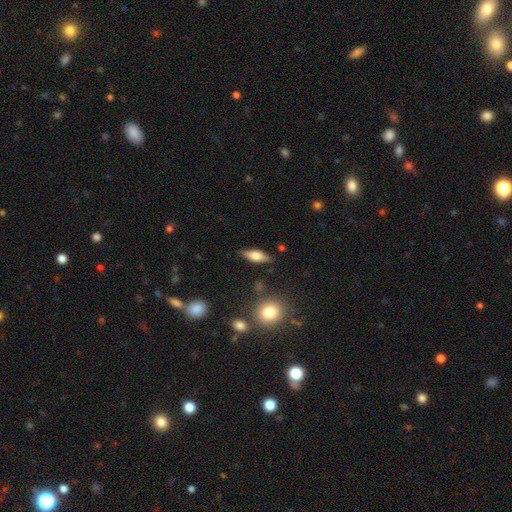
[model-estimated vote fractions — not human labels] Smooth or featured: smooth — 59% (featured or disk — 34%)
How rounded: in between — 65% (cigar-shaped — 31%)
Merging: none — 82% (minor disturbance — 12%)